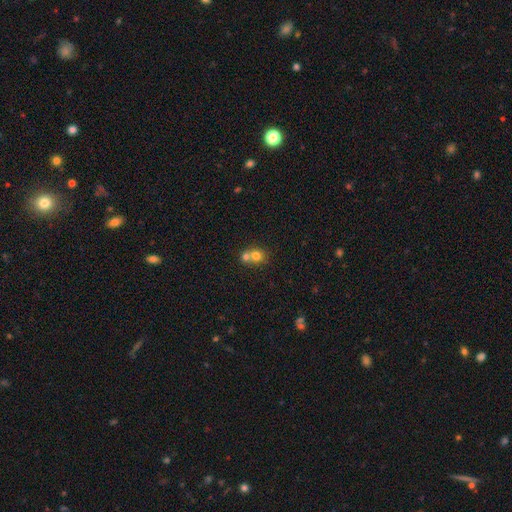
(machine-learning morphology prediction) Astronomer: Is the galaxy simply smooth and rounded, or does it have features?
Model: smooth — 75%.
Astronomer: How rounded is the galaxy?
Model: round — 79%.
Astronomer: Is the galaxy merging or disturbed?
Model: merger — 60%.